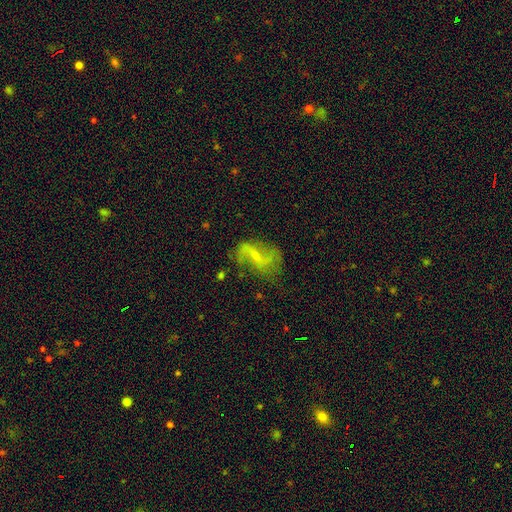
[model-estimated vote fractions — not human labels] A featured or disk galaxy (73%) with a weak bar (46%), 2 (82%) loose (69%) spiral arms (86%) and a small central bulge (66%).

Vote fractions:
- Smooth or featured? featured or disk: 73% / smooth: 17% / star or artifact: 10%
- Edge-on disk? no: 96% / yes: 4%
- Bar? weak: 46% / no: 31% / strong: 23%
- Spiral arms? yes: 86% / no: 14%
- Spiral winding? loose: 69% / medium: 24% / tight: 7%
- Spiral arm count? 2: 82% / can't tell: 8% / 1: 5% / 3: 2% / 4: 1% / more than 4: 1%
- Bulge size? small: 66% / moderate: 23% / none: 9% / large: 1% / dominant: 1%
- Merging? none: 59% / minor disturbance: 23% / major disturbance: 16% / merger: 3%